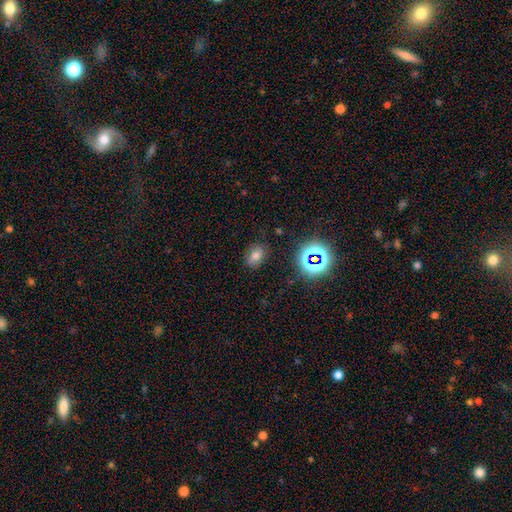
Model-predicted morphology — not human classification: smooth 68%, star or artifact 21%, featured or disk 11%. Down the decision tree: how rounded — in between (73%); merging — none (81%).